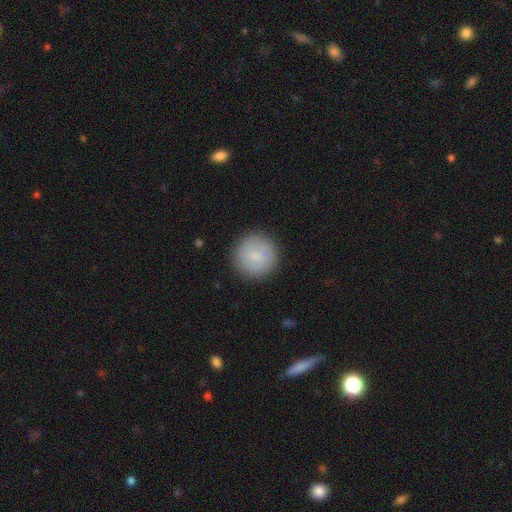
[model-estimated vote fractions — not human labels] Smooth or featured? Predicted: smooth (p=0.81). How rounded? Predicted: round (p=0.95). Merging? Predicted: none (p=0.90).